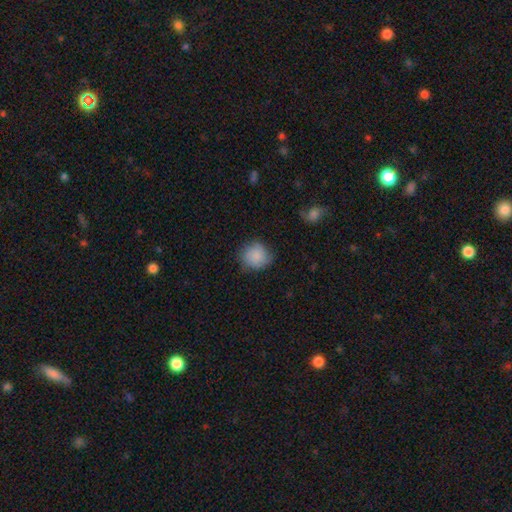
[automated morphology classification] Smooth or featured?
  - smooth: 82% *
  - featured or disk: 11%
  - star or artifact: 7%
How rounded?
  - round: 84% *
  - in between: 15%
  - cigar-shaped: 1%
Merging?
  - none: 71% *
  - minor disturbance: 22%
  - major disturbance: 5%
  - merger: 1%